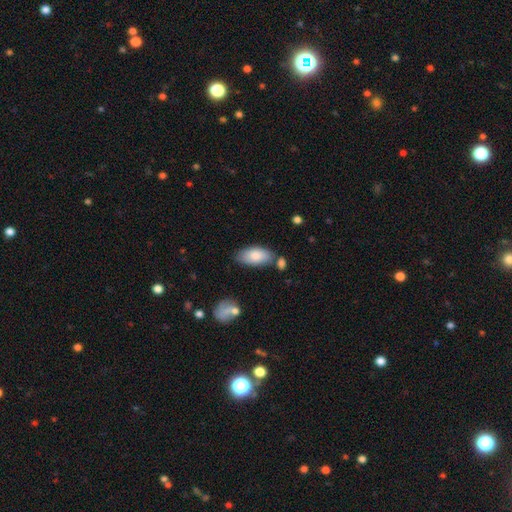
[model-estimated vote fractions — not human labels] The model was most divided on "merging": none: 71%, minor disturbance: 16%, merger: 9%, major disturbance: 4%. More confident: how rounded — in between (93%); smooth or featured — smooth (83%).